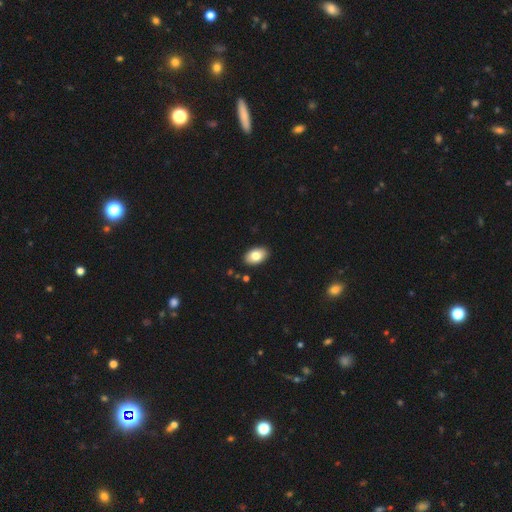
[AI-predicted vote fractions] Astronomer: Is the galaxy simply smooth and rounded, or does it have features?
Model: smooth — 80%.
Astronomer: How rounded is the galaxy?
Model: in between — 93%.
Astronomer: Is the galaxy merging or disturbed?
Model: none — 90%.